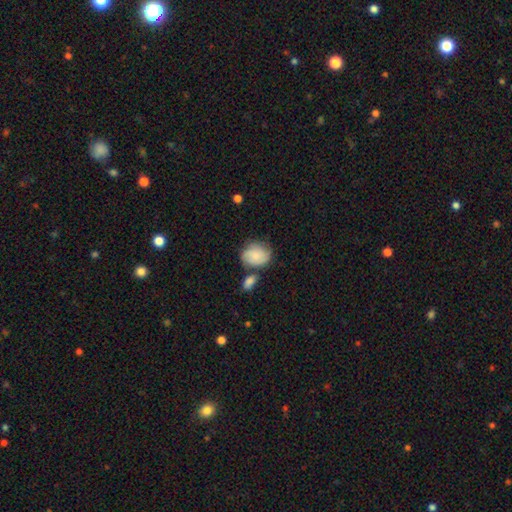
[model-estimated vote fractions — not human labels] This is likely a smooth galaxy (72%). How rounded: possibly round (53%). Merging: possibly none (54%).